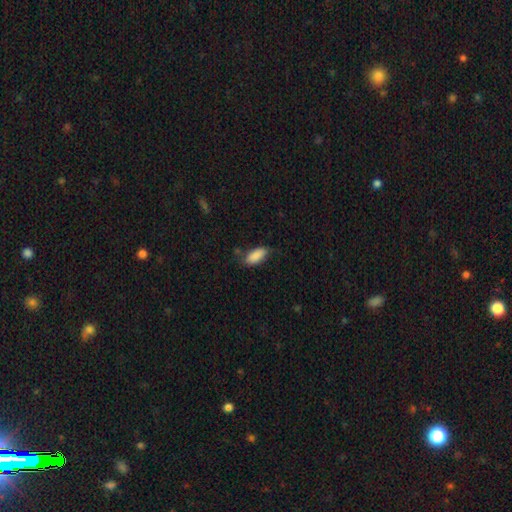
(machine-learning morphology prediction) Smooth or featured: smooth — 88% (star or artifact — 6%)
How rounded: in between — 86% (cigar-shaped — 12%)
Merging: none — 65% (minor disturbance — 26%)